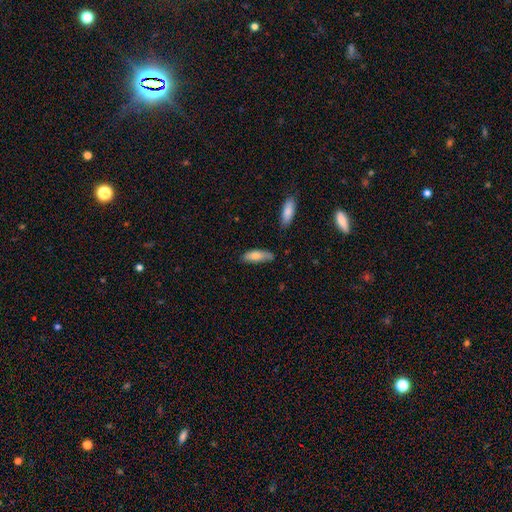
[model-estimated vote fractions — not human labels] Smooth or featured?
  - smooth: 79% *
  - featured or disk: 15%
  - star or artifact: 6%
How rounded?
  - in between: 62% *
  - cigar-shaped: 36%
  - round: 2%
Merging?
  - none: 66% *
  - minor disturbance: 26%
  - major disturbance: 5%
  - merger: 3%